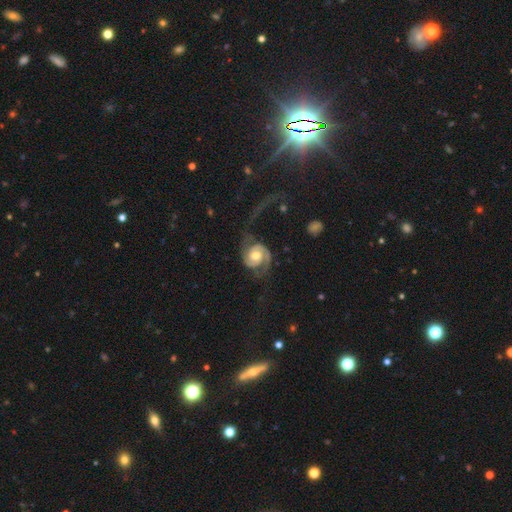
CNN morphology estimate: This is clearly a featured or disk galaxy (87%). It is clearly not viewed edge-on (98%). Bar: likely no (60%). Spiral arm pattern: clearly yes (97%). Spiral arm count: clearly 2 (88%). Spiral winding: marginally medium (43%). Central bulge: likely moderate (72%). Merging: possibly none (51%).